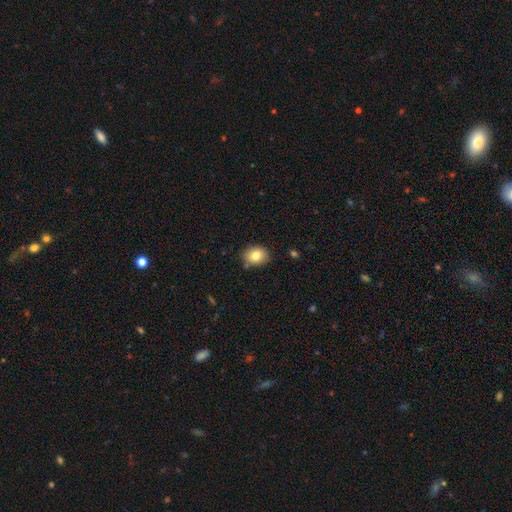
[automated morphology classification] A smooth galaxy with no disk features (81%) that is in between round and cigar-shaped (52%). Merging: none (80%).